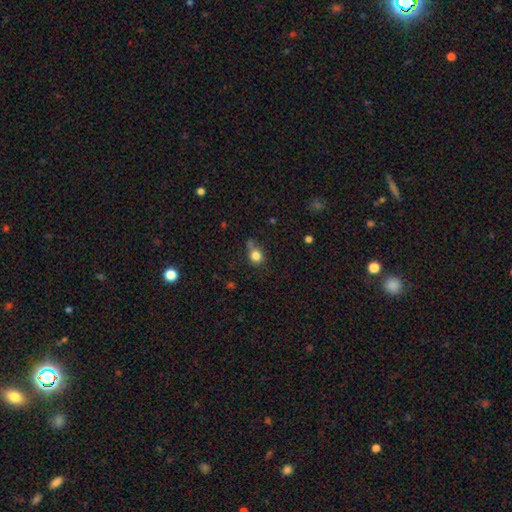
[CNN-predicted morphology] A smooth galaxy with no disk features (81%) that is round (81%). Merging: none (61%).